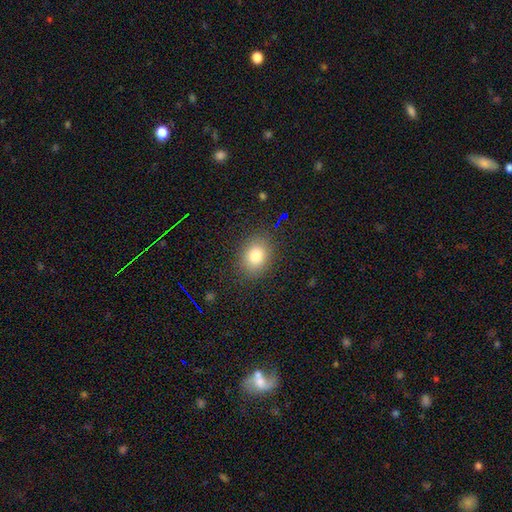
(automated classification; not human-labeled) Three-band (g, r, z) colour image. It shows a smooth galaxy with no disk features (80%) that is in between round and cigar-shaped (52%). Merging: none (85%).